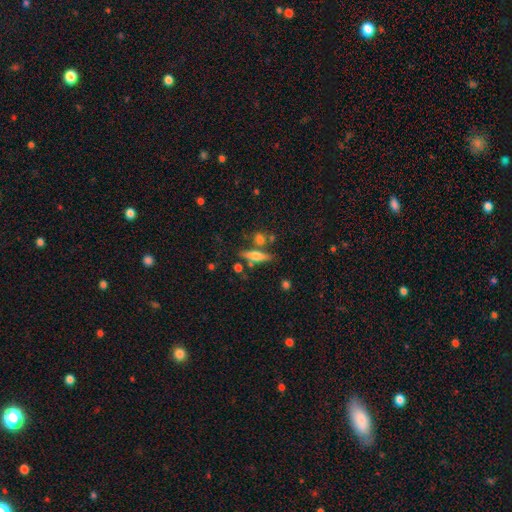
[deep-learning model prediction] Overall: smooth (48%; featured or disk 44%). Merging: none (70%).